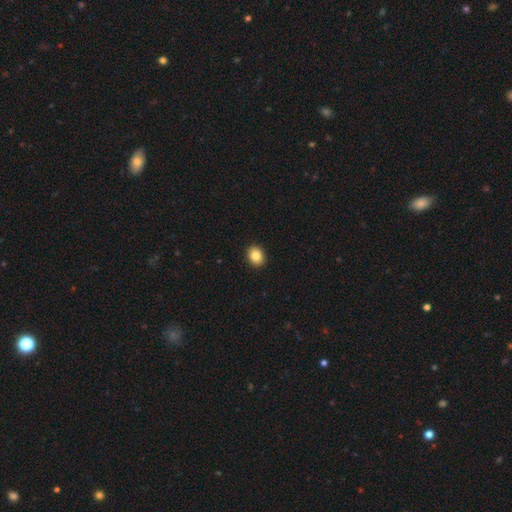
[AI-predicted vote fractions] This appears to be a smooth galaxy with no disk features (85%) that is round (58%). Merging: none (92%).